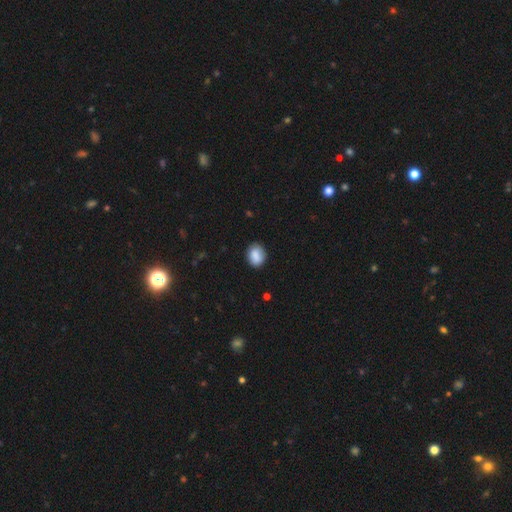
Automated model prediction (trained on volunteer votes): Morphology: type=smooth (87%); roundness=in between (56%); merging=none (82%).